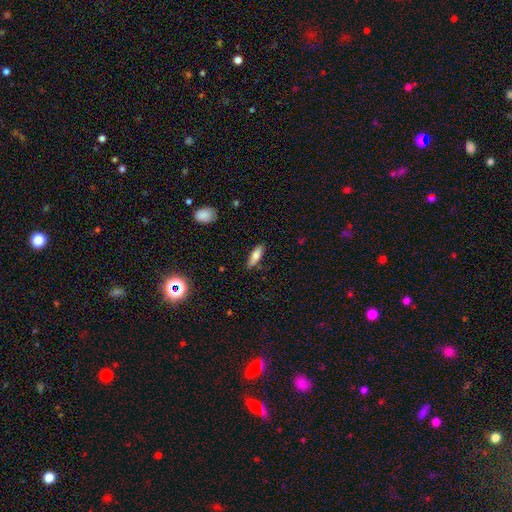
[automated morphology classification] The model was most divided on "how rounded": in between: 55%, cigar-shaped: 43%, round: 2%. More confident: merging — none (80%); smooth or featured — smooth (77%).